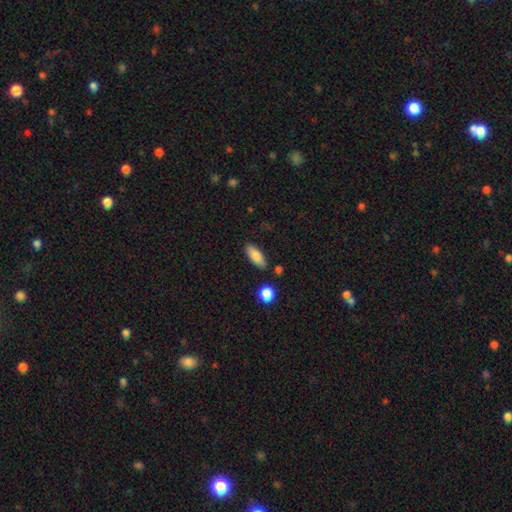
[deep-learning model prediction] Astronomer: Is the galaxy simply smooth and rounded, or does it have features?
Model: smooth — 83%.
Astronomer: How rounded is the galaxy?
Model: in between — 77%.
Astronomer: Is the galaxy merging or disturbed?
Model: none — 84%.